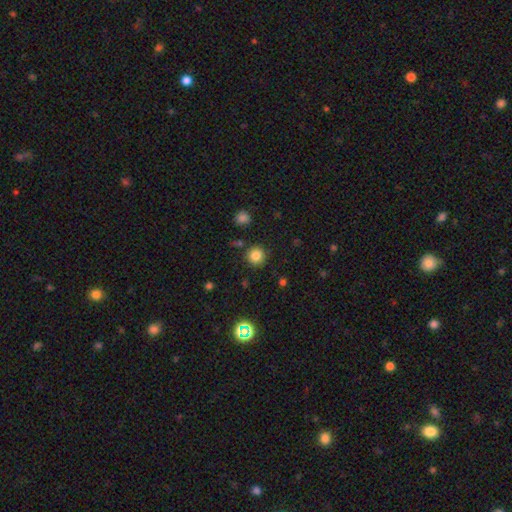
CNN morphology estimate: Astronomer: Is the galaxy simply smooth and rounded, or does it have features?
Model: smooth — 82%.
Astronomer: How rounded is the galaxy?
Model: round — 94%.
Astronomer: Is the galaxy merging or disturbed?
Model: none — 88%.